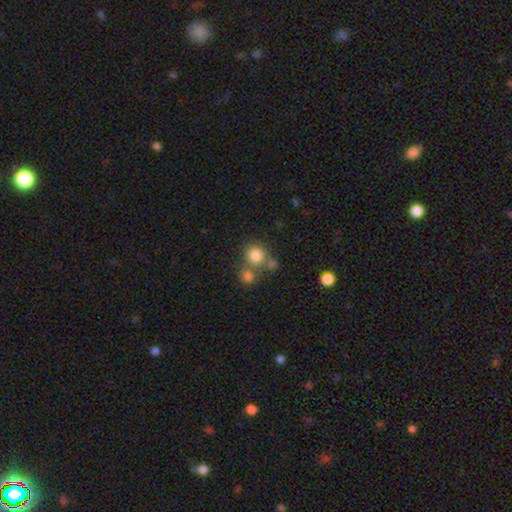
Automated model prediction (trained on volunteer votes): This is clearly a smooth galaxy (80%). How rounded: clearly round (89%). Merging: possibly none (57%).